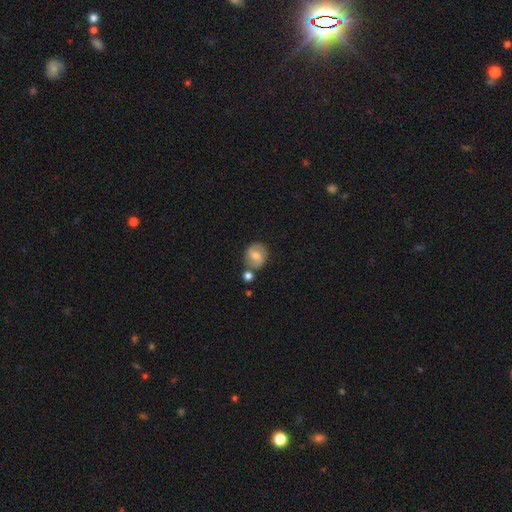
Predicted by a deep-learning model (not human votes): A smooth galaxy with no disk features (52%) that is round (78%). Merging: none (69%).